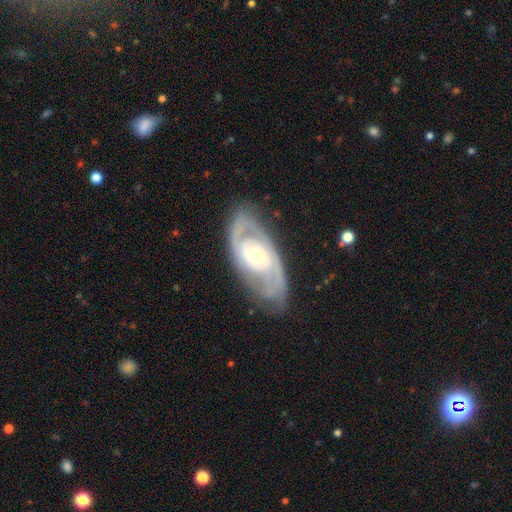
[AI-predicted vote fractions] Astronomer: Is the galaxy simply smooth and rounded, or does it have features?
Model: featured or disk — 87%.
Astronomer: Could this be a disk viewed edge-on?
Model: no — 94%.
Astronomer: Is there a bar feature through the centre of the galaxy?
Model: no — 48% (runner-up: weak, 39%).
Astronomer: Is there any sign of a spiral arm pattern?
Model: yes — 95%.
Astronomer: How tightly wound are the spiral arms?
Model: tight — 59%.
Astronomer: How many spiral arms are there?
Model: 2 — 66%.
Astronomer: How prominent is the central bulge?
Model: moderate — 59% (runner-up: small, 34%).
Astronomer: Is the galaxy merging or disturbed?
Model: none — 75%.